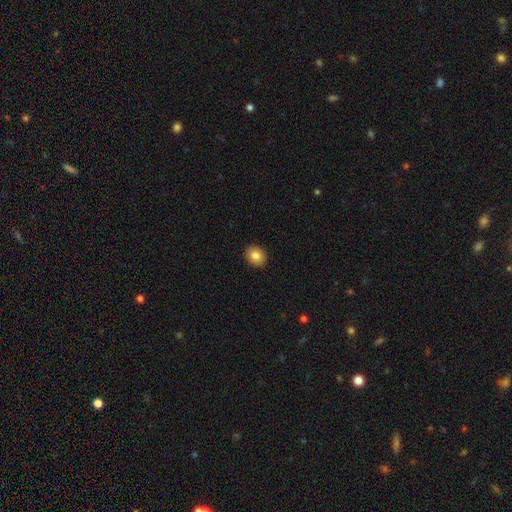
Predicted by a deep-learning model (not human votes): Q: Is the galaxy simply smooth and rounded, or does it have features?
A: smooth — 84%.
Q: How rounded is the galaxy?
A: round — 65%.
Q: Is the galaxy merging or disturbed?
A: none — 92%.